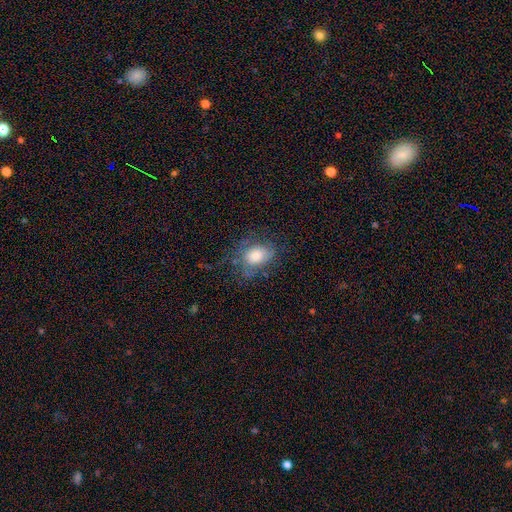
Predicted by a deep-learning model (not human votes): smooth 61%, featured or disk 27%, star or artifact 11%. Down the decision tree: how rounded — in between (64%); merging — none (55%).